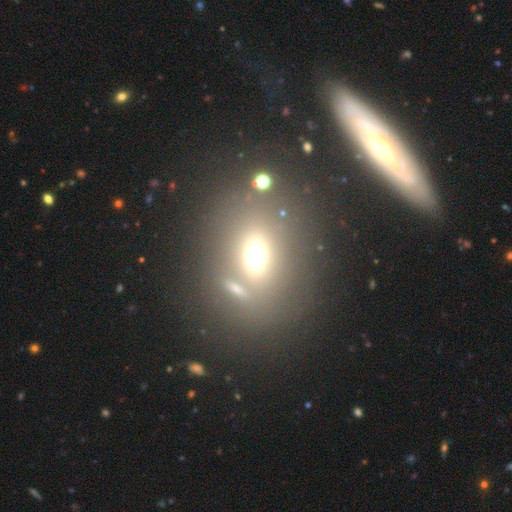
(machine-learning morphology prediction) This is possibly a smooth galaxy (60%). How rounded: possibly in between (51%). Merging: possibly none (58%).